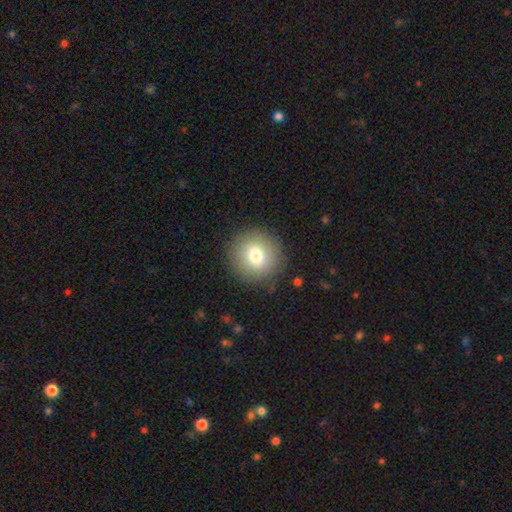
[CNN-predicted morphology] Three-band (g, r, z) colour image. It shows a smooth galaxy with no disk features (77%) that is round (94%). Merging: none (89%).